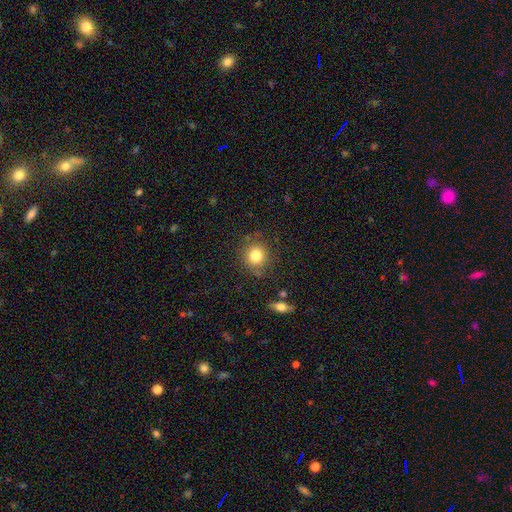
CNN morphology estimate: Overall: smooth (80%). How rounded: round (89%). Merging: none (82%).